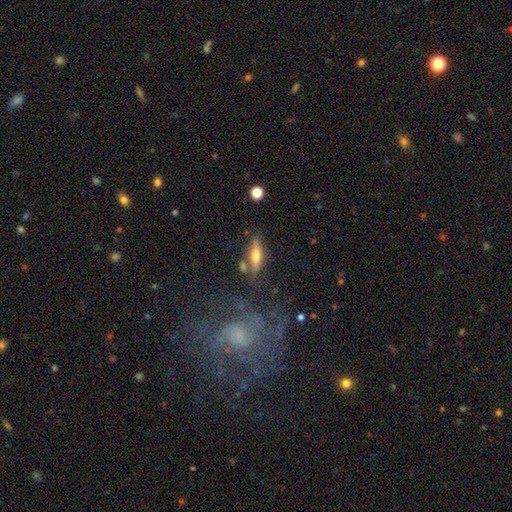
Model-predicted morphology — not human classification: type=featured or disk (52%); edge-on=yes (86%); merging=none (72%).